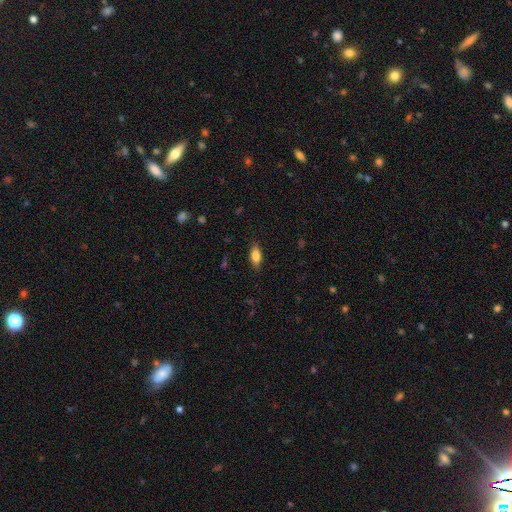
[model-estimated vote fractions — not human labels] A smooth galaxy with no disk features (80%) that is in between round and cigar-shaped (81%). Merging: none (84%).